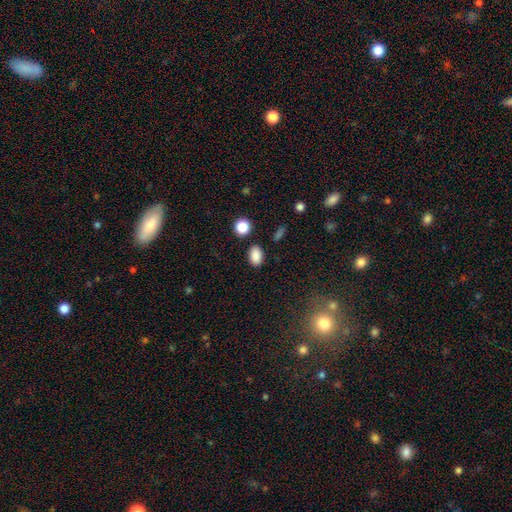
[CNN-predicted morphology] smooth 87%, star or artifact 9%, featured or disk 4%. Down the decision tree: how rounded — in between (85%); merging — none (85%).